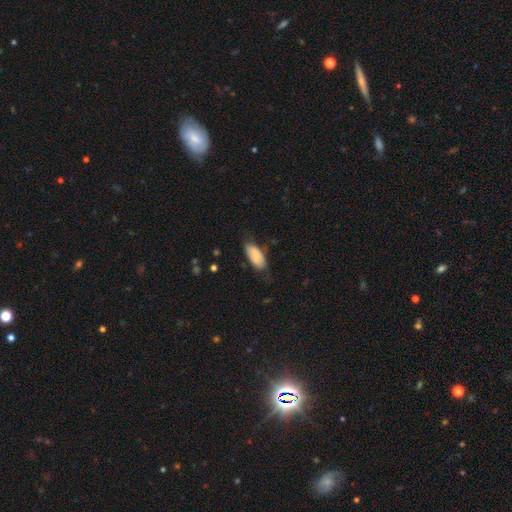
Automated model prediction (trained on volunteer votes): A smooth galaxy with no disk features (80%) that is in between round and cigar-shaped (91%). Merging: none (65%).